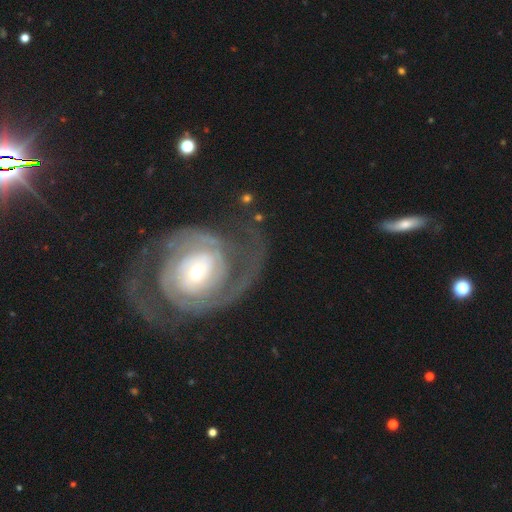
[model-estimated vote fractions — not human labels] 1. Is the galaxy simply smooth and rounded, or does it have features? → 89% featured or disk, 6% smooth, 5% star or artifact.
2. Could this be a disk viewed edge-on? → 97% no, 3% yes.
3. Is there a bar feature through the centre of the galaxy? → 52% no, 30% weak, 18% strong.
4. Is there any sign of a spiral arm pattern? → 96% yes, 4% no.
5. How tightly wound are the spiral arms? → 60% tight, 32% medium, 9% loose.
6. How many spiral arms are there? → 72% 2, 10% can't tell, 8% 3, 4% 1, 3% 4, 3% more than 4.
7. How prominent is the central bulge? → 56% small, 36% moderate, 6% large, 1% dominant, 1% none.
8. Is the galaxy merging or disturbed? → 70% none, 15% minor disturbance, 13% major disturbance, 2% merger.